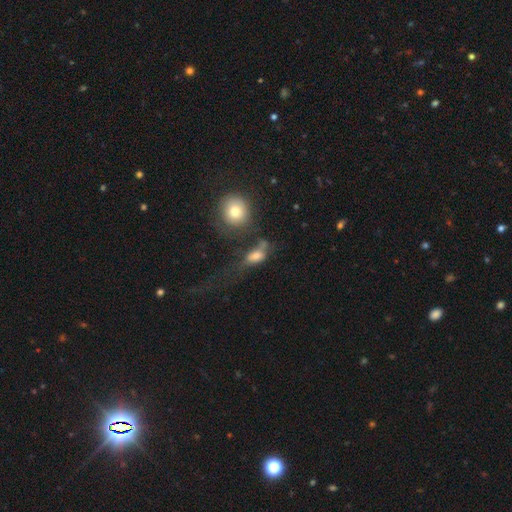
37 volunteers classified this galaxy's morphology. A smooth galaxy with no disk features (68%) that is in between round and cigar-shaped (68%). Merging: major disturbance (49%).